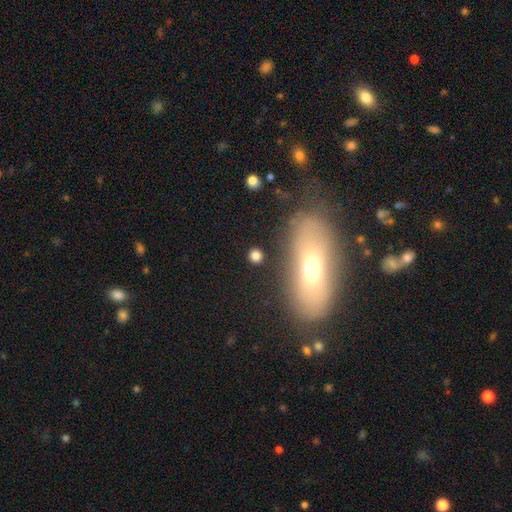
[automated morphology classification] The model was most divided on "smooth or featured": smooth: 80%, star or artifact: 13%, featured or disk: 7%. More confident: merging — none (86%); how rounded — round (82%).